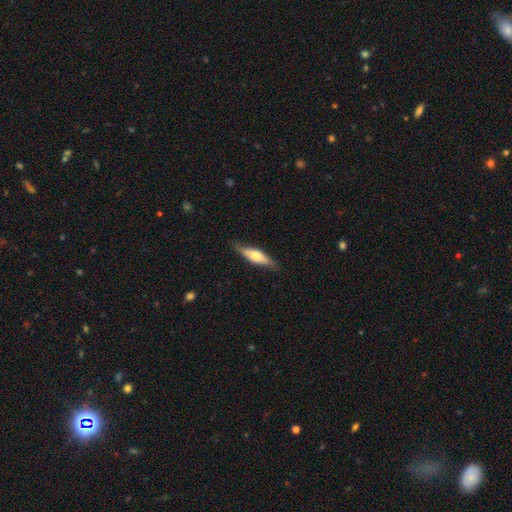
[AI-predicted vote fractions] smooth_or_featured: smooth (p=0.53) [alt: featured or disk p=0.42]
how_rounded: cigar-shaped (p=0.64) [alt: in between p=0.34]
merging: none (p=0.82) [alt: minor disturbance p=0.14]